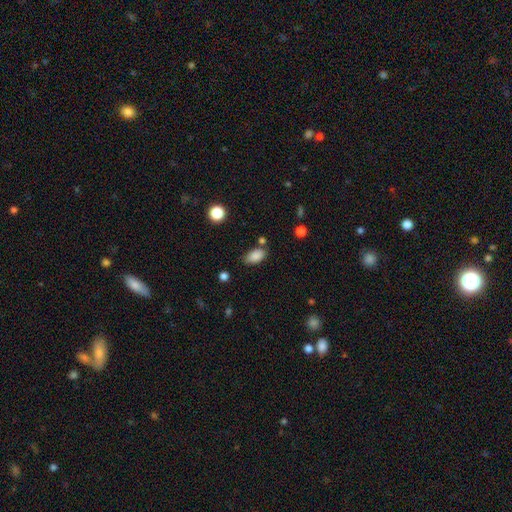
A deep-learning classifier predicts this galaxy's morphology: Q: Smooth or featured?
A: smooth (86%); runner-up: star or artifact (8%)
Q: How rounded?
A: in between (92%); runner-up: round (5%)
Q: Merging?
A: none (72%); runner-up: minor disturbance (18%)